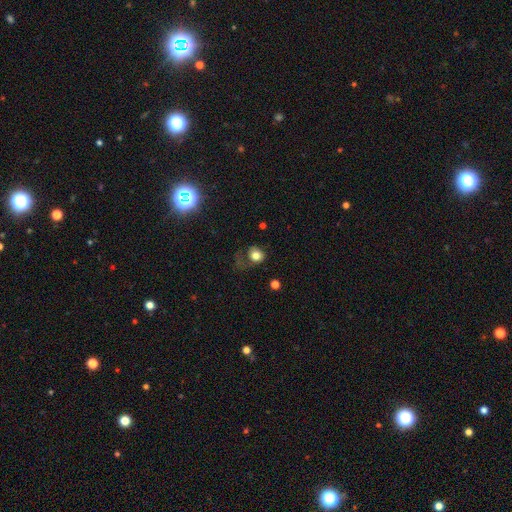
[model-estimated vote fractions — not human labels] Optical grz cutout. It shows a smooth galaxy with no disk features (76%) that is round (63%). Merging: major disturbance (38%).